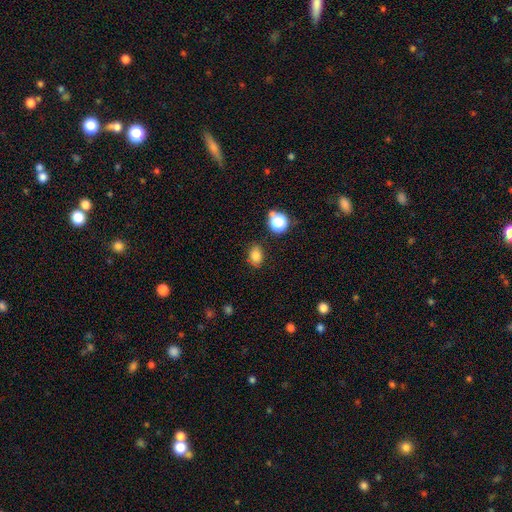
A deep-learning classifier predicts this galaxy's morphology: Overall: smooth (81%). How rounded: in between (67%; round 32%). Merging: none (81%).